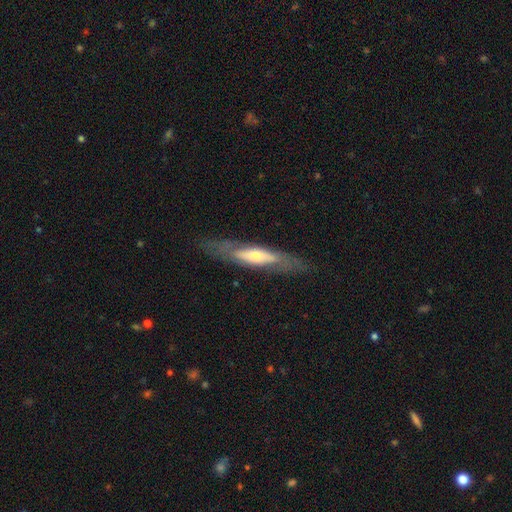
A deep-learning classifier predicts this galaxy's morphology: type=featured or disk (56%); edge-on=yes (56%); merging=none (76%).